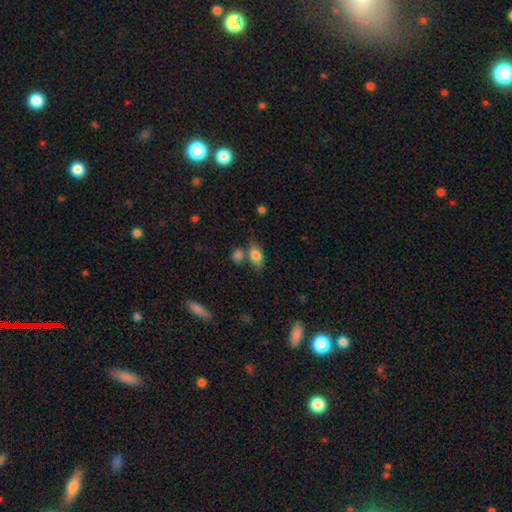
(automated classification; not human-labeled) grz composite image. It shows a smooth galaxy with no disk features (79%) that is in between round and cigar-shaped (77%). Merging: none (58%).